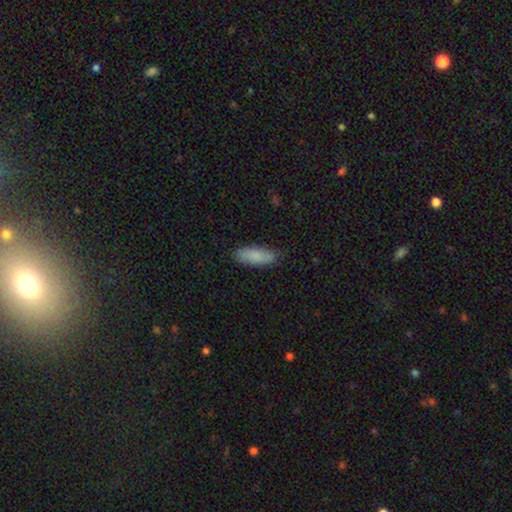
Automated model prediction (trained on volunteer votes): smooth-or-featured: smooth: 87% | featured or disk: 7% | star or artifact: 6%
  how-rounded: in between: 63% | cigar-shaped: 35% | round: 2%
  merging: none: 83% | minor disturbance: 14% | major disturbance: 2% | merger: 1%